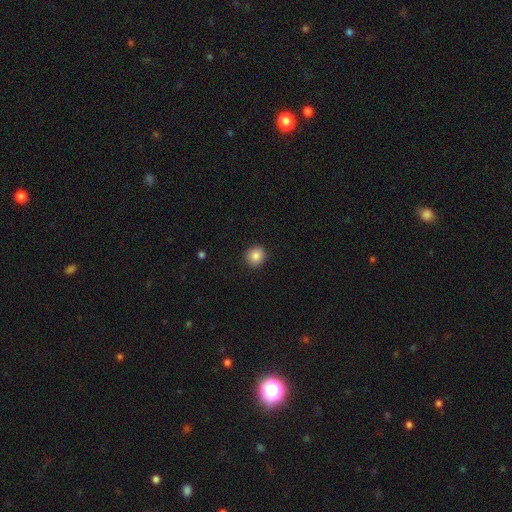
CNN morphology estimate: A smooth galaxy with no disk features (86%) that is round (88%). Merging: none (91%).